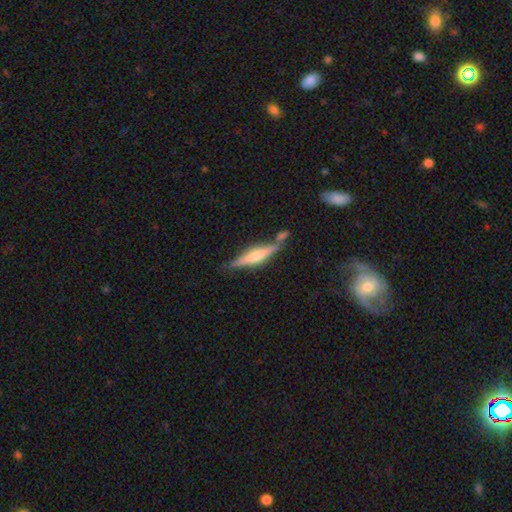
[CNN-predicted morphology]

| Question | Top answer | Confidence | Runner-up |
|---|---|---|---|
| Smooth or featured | featured or disk | 64% | smooth (29%) |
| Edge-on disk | yes | 96% | no (4%) |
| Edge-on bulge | rounded | 74% | boxy (15%) |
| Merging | none | 68% | merger (15%) |